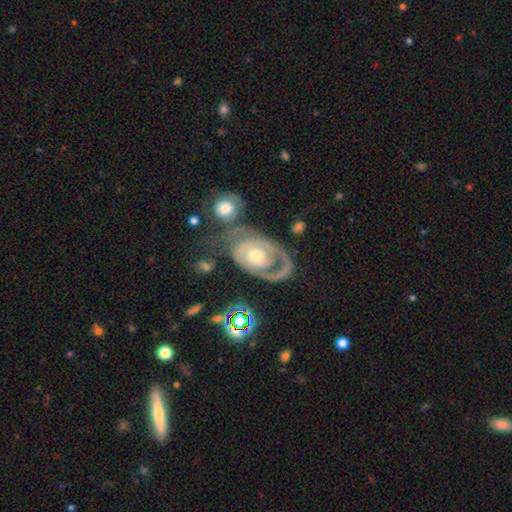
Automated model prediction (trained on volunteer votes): A featured or disk galaxy (78%) with no bar (81%), 1 (44%) tight (61%) spiral arms (73%) and a moderate central bulge (64%).

Vote fractions:
- Smooth or featured? featured or disk: 78% / smooth: 16% / star or artifact: 6%
- Edge-on disk? no: 95% / yes: 5%
- Bar? no: 81% / weak: 15% / strong: 4%
- Spiral arms? yes: 73% / no: 27%
- Spiral winding? tight: 61% / medium: 27% / loose: 13%
- Spiral arm count? 1: 44% / can't tell: 26% / 2: 22% / 3: 4% / 4: 2% / more than 4: 2%
- Bulge size? moderate: 64% / small: 28% / large: 5% / none: 1% / dominant: 1%
- Merging? none: 39% / major disturbance: 25% / minor disturbance: 20% / merger: 16%